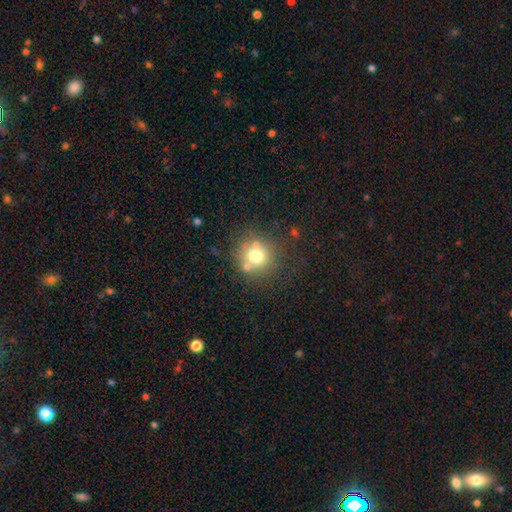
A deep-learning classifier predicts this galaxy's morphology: Smooth or featured? Predicted: smooth (p=0.71). How rounded? Predicted: round (p=0.91). Merging? Predicted: none (p=0.69).